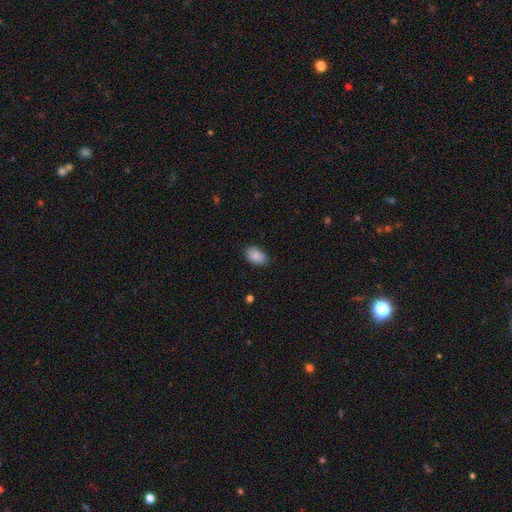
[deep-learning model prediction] smooth_or_featured: smooth (p=0.89) [alt: star or artifact p=0.07]
how_rounded: in between (p=0.90) [alt: round p=0.09]
merging: none (p=0.85) [alt: minor disturbance p=0.12]